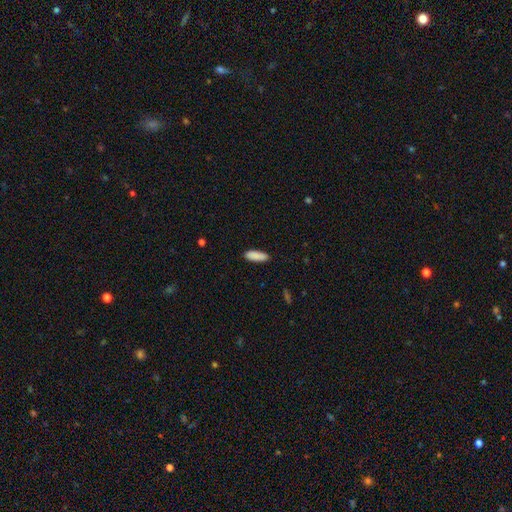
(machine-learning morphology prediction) smooth_or_featured: smooth (p=0.89) [alt: star or artifact p=0.06]
how_rounded: in between (p=0.59) [alt: cigar-shaped p=0.40]
merging: none (p=0.88) [alt: minor disturbance p=0.09]